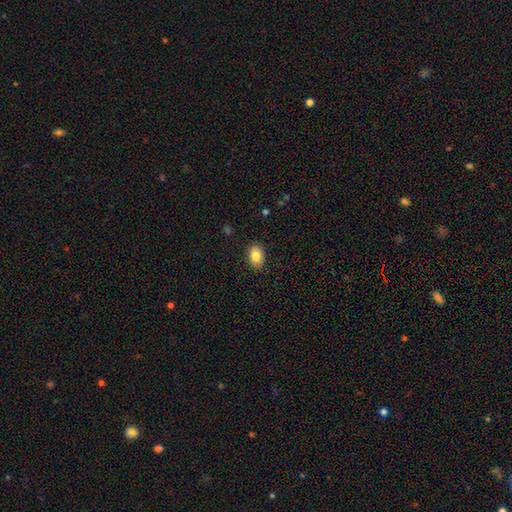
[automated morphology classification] A smooth galaxy with no disk features (85%) that is in between round and cigar-shaped (85%). Merging: none (88%).